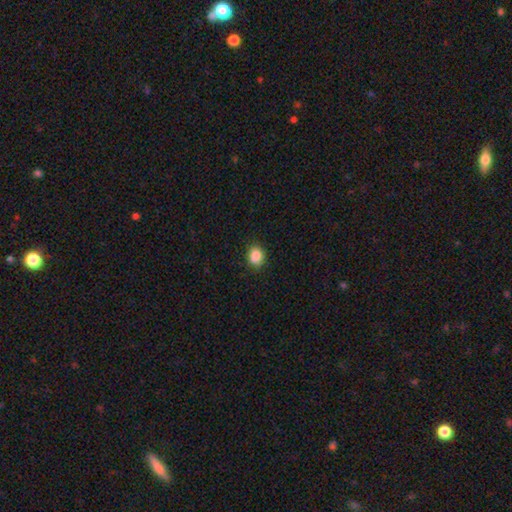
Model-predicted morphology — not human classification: type=smooth (87%); roundness=round (50%); merging=none (80%).